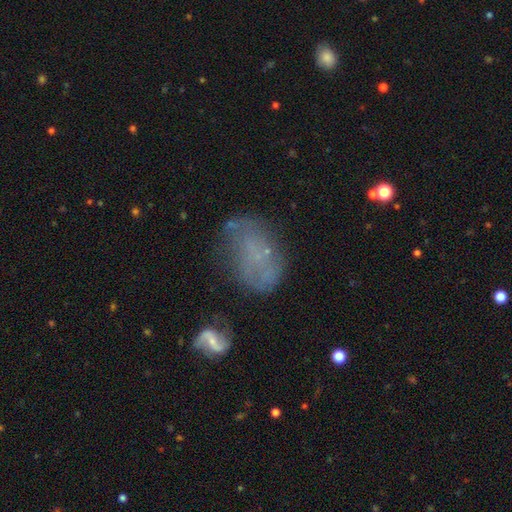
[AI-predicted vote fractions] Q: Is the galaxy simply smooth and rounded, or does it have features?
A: featured or disk — 41%.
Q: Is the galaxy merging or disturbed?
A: none — 50%.